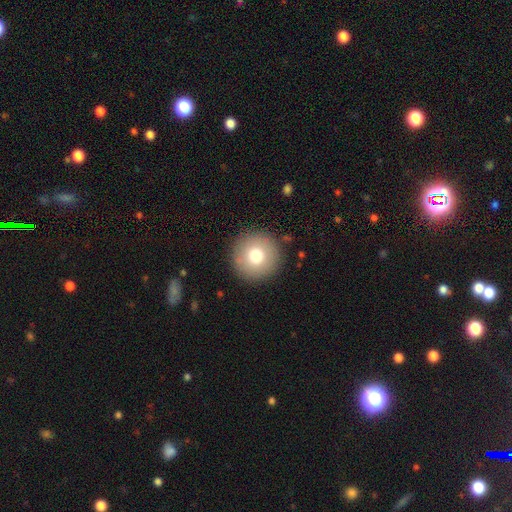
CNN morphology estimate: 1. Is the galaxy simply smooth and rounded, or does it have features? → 76% smooth, 14% featured or disk, 10% star or artifact.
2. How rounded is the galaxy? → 96% round, 3% in between, 1% cigar-shaped.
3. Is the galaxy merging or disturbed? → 91% none, 6% minor disturbance, 2% major disturbance, 1% merger.